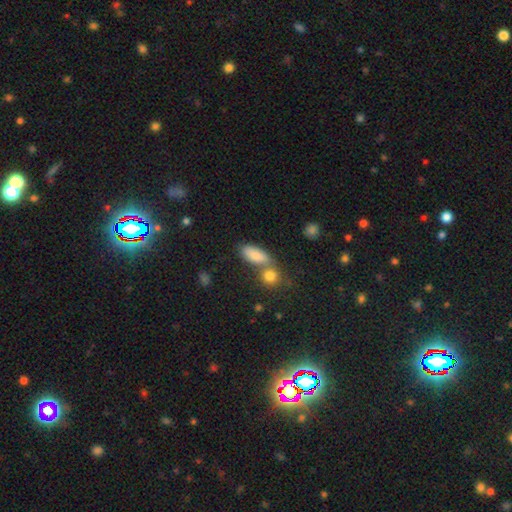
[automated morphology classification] type=smooth (84%); roundness=in between (82%); merging=none (48%).